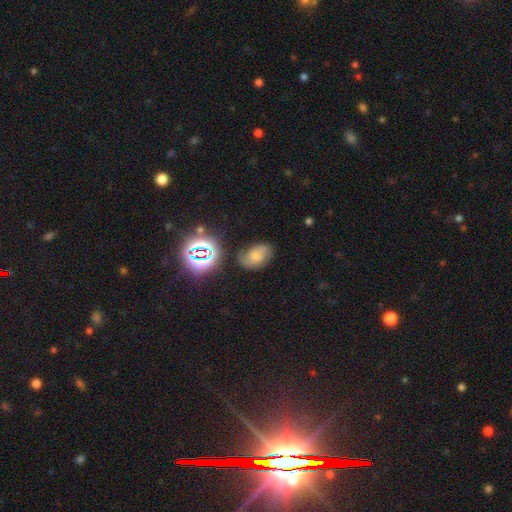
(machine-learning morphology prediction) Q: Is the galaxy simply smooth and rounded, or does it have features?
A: featured or disk — 41%.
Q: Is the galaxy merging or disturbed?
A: none — 74%.